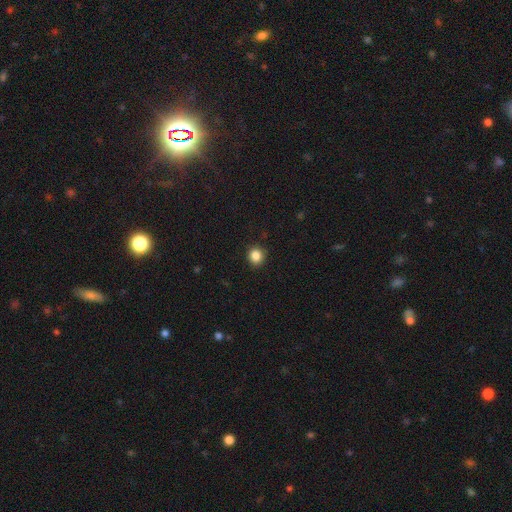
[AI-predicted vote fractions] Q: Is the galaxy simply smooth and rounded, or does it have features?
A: smooth — 86%.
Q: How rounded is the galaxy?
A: round — 88%.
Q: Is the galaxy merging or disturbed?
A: none — 91%.